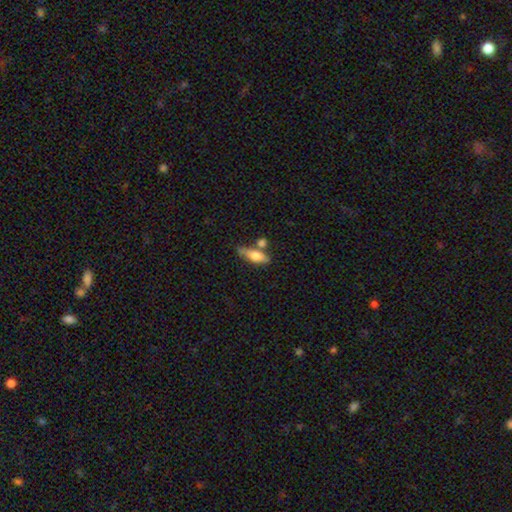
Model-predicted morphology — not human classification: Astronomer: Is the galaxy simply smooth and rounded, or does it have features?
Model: smooth — 69%.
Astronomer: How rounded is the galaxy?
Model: in between — 61% (runner-up: cigar-shaped, 36%).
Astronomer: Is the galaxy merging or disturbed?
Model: none — 55%.